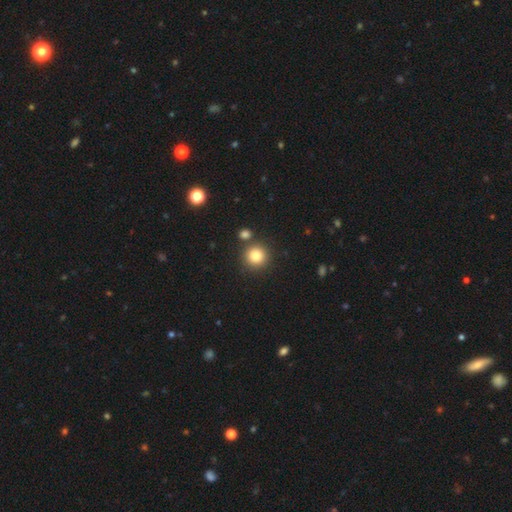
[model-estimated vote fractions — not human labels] Morphology: type=smooth (83%); roundness=round (93%); merging=none (80%).